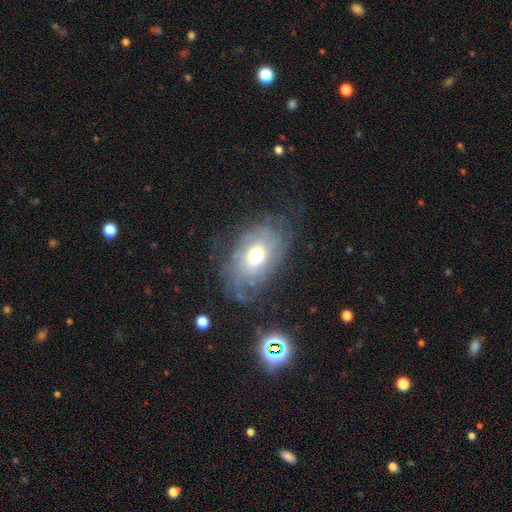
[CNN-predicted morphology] Smooth or featured? Predicted: featured or disk (p=0.62). Edge-on disk? Predicted: no (p=0.94). Bar? Predicted: no (p=0.77). Spiral arms? Predicted: yes (p=0.65). Bulge size? Predicted: moderate (p=0.63). Merging? Predicted: none (p=0.60).